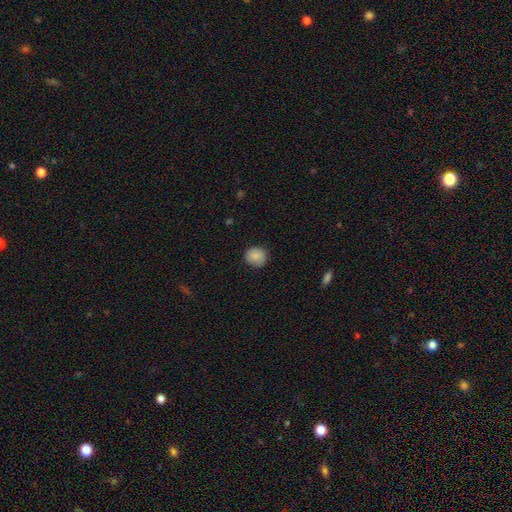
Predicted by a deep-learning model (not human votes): The model was most divided on "how rounded": round: 84%, in between: 15%, cigar-shaped: 1%. More confident: smooth or featured — smooth (86%); merging — none (85%).